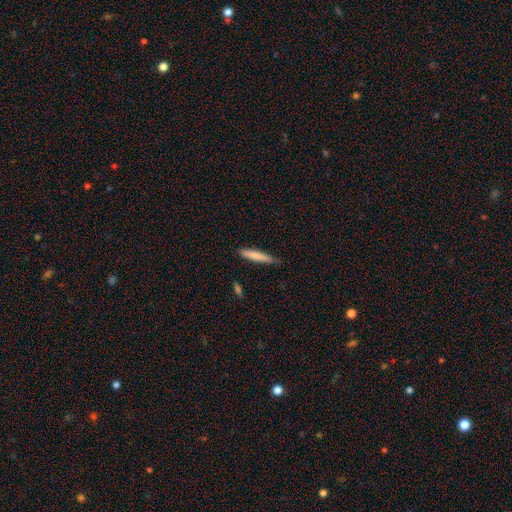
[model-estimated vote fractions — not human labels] smooth_or_featured: smooth (p=0.77) [alt: featured or disk p=0.17]
how_rounded: cigar-shaped (p=0.91) [alt: in between p=0.08]
merging: none (p=0.75) [alt: minor disturbance p=0.20]